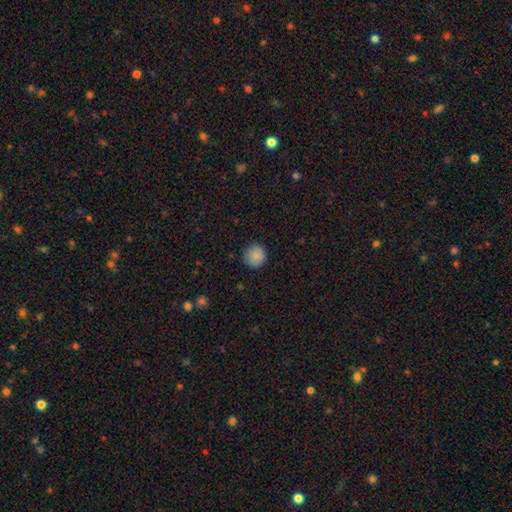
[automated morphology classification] A smooth galaxy with no disk features (87%) that is round (93%). Merging: none (88%).